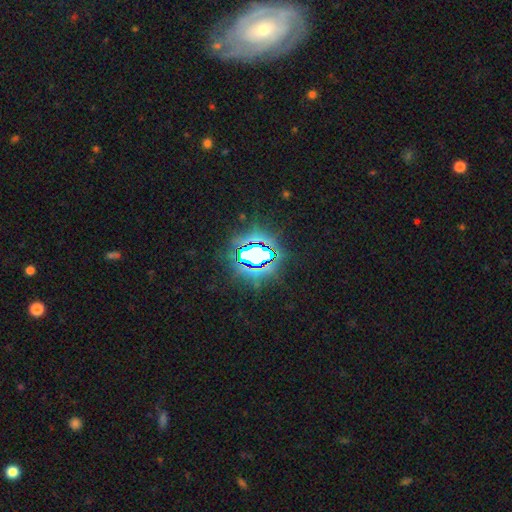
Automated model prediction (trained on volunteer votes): Smooth or featured: star or artifact — 76% (smooth — 14%)